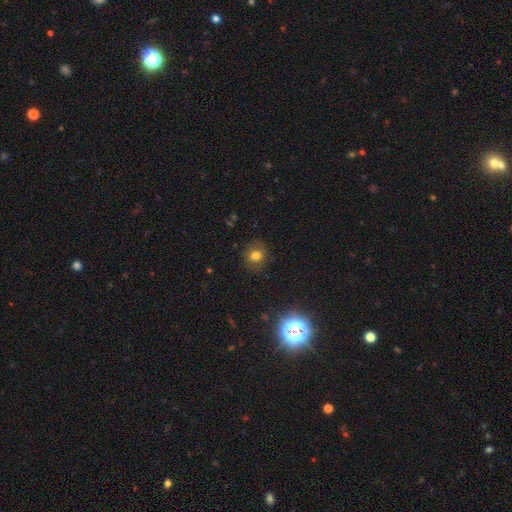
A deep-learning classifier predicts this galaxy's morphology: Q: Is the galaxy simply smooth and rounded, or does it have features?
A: smooth — 75%.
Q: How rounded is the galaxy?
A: round — 80%.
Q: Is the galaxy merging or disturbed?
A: none — 85%.